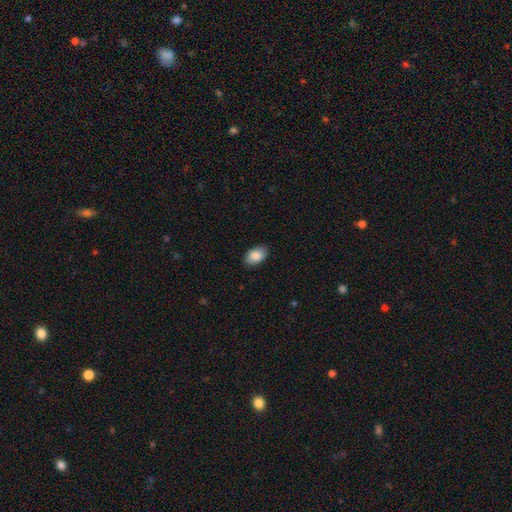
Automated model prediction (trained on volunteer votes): Smooth or featured?
  - smooth: 87% *
  - star or artifact: 7%
  - featured or disk: 6%
How rounded?
  - in between: 91% *
  - round: 7%
  - cigar-shaped: 1%
Merging?
  - none: 87% *
  - minor disturbance: 10%
  - major disturbance: 2%
  - merger: 1%